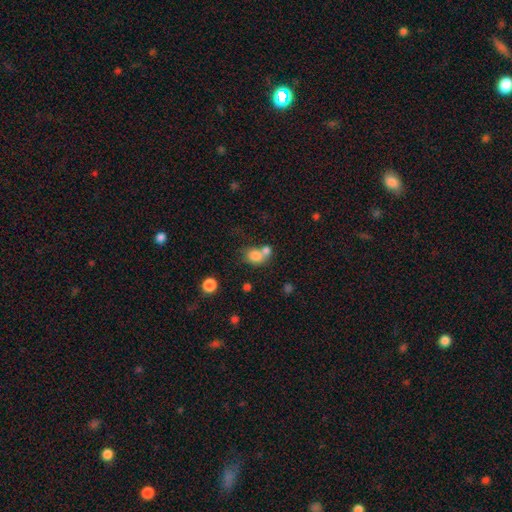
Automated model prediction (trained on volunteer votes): Smooth or featured?
  - smooth: 78% *
  - star or artifact: 11%
  - featured or disk: 11%
How rounded?
  - round: 57% *
  - in between: 42%
  - cigar-shaped: 1%
Merging?
  - merger: 52% *
  - none: 33%
  - minor disturbance: 10%
  - major disturbance: 5%